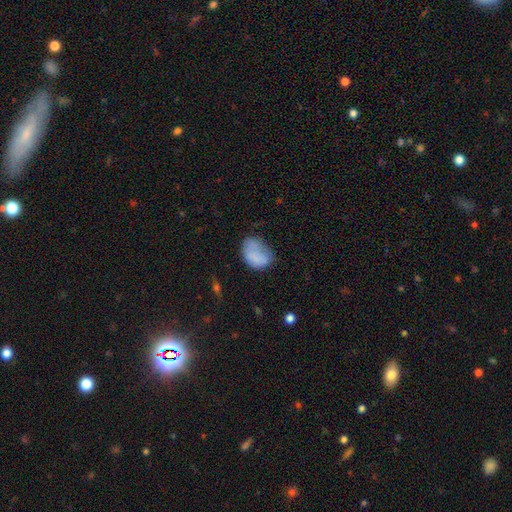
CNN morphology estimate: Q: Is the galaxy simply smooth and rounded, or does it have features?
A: smooth — 77%.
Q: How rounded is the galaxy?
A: in between — 78%.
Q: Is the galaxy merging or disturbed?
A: none — 40%.